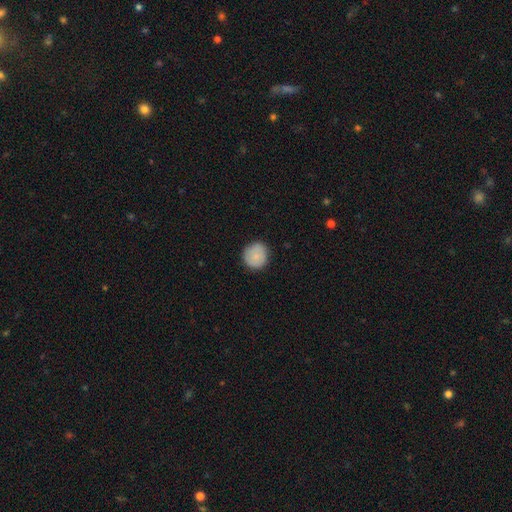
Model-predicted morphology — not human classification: This is clearly a smooth galaxy (84%). How rounded: clearly round (91%). Merging: clearly none (86%).